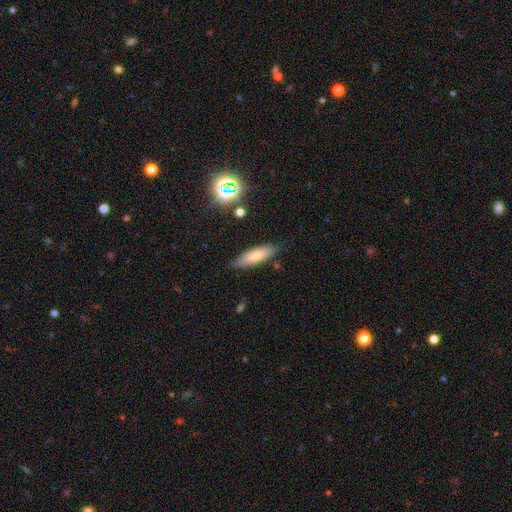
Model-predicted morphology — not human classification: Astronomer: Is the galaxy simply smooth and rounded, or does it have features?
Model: smooth — 68%.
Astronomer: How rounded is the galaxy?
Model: in between — 50% (runner-up: cigar-shaped, 48%).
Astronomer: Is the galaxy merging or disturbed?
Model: none — 81%.